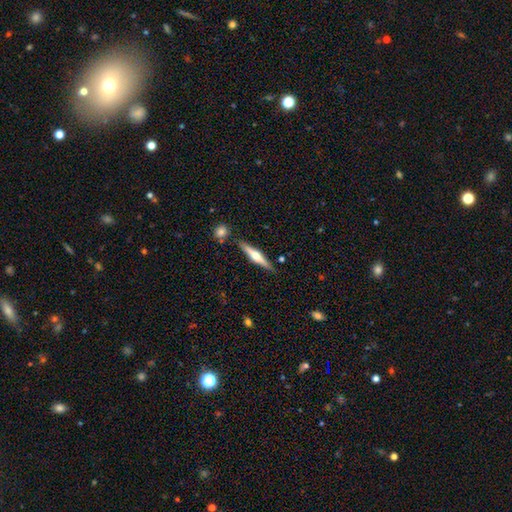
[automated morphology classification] This is likely a featured or disk galaxy (65%). It is clearly viewed edge-on (97%). Edge-on bulge: clearly rounded (91%). Merging: clearly none (86%).